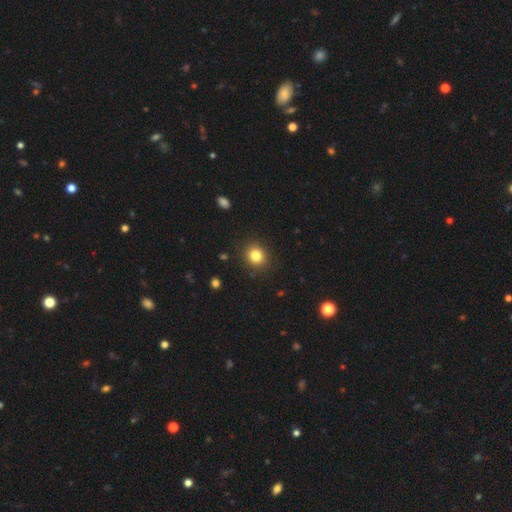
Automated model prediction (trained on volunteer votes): smooth 82%, star or artifact 11%, featured or disk 6%. Down the decision tree: how rounded — round (82%); merging — none (90%).